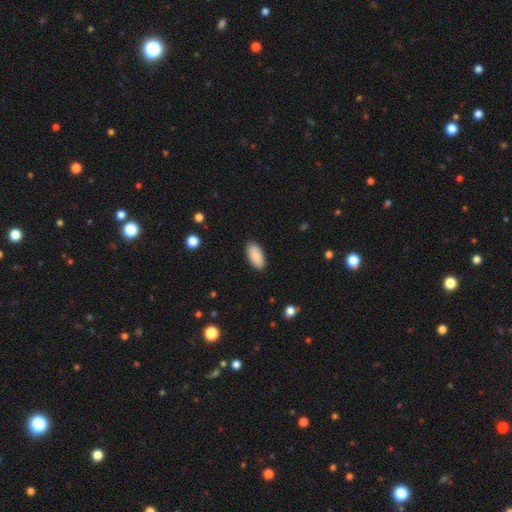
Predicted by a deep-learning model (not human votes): smooth_or_featured: smooth (p=0.87) [alt: featured or disk p=0.07]
how_rounded: in between (p=0.92) [alt: cigar-shaped p=0.06]
merging: none (p=0.89) [alt: minor disturbance p=0.08]